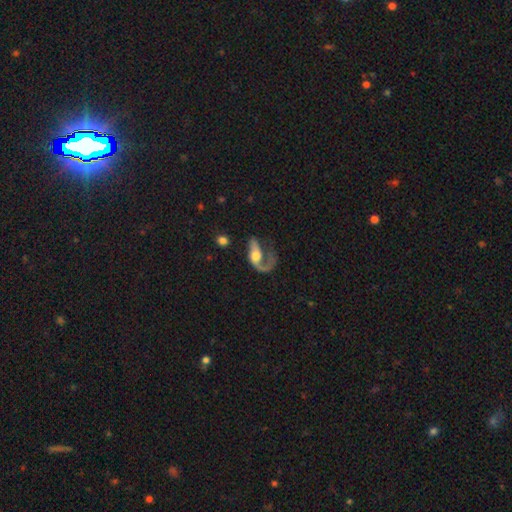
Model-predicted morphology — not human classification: The model was most divided on "merging": major disturbance: 53%, none: 27%, minor disturbance: 13%, merger: 7%. More confident: edge-on disk — no (94%); spiral arms — yes (85%); spiral arm count — 1 (73%); smooth or featured — featured or disk (73%); bar — no (65%); spiral winding — loose (65%); bulge size — moderate (52%).